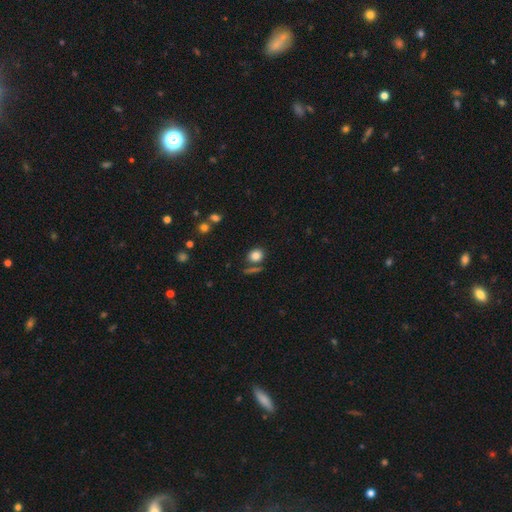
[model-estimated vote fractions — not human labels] A smooth galaxy with no disk features (83%) that is round (63%).

Vote fractions:
- Smooth or featured? smooth: 83% / star or artifact: 11% / featured or disk: 6%
- How rounded? round: 63% / in between: 35% / cigar-shaped: 2%
- Merging? none: 71% / merger: 13% / minor disturbance: 12% / major disturbance: 5%